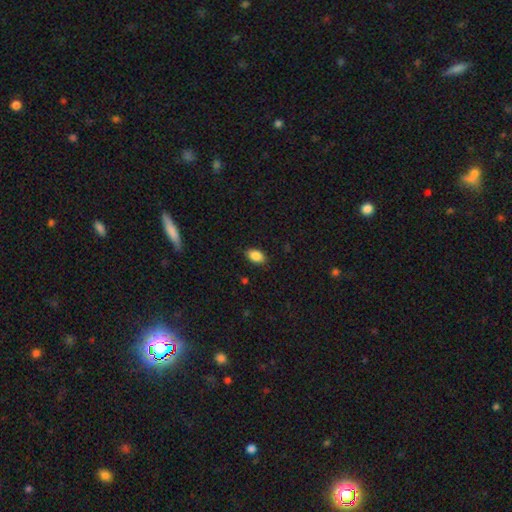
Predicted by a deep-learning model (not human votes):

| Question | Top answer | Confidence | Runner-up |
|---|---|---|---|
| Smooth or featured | smooth | 87% | star or artifact (8%) |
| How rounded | in between | 90% | round (8%) |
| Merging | none | 87% | minor disturbance (10%) |